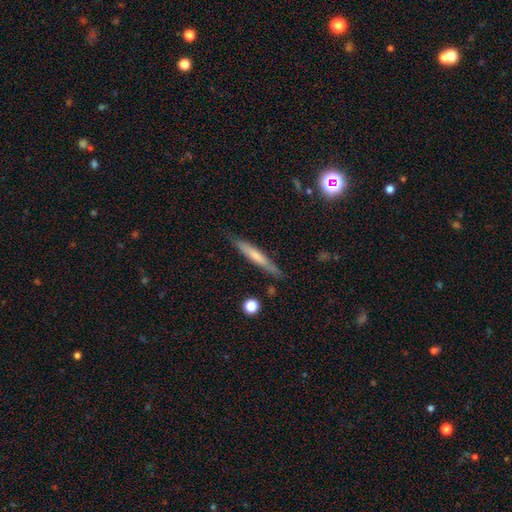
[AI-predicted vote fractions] This appears to be a smooth galaxy with no disk features (56%) that is cigar-shaped (93%). Merging: none (82%).